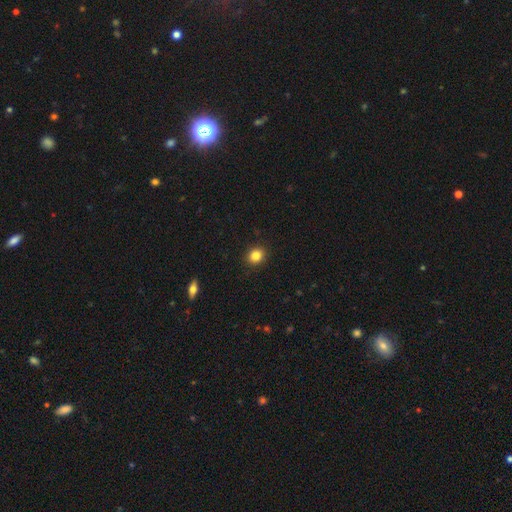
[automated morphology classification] smooth-or-featured: smooth: 84% | star or artifact: 11% | featured or disk: 5%
  how-rounded: round: 75% | in between: 24% | cigar-shaped: 1%
  merging: none: 91% | minor disturbance: 6% | major disturbance: 2% | merger: 1%